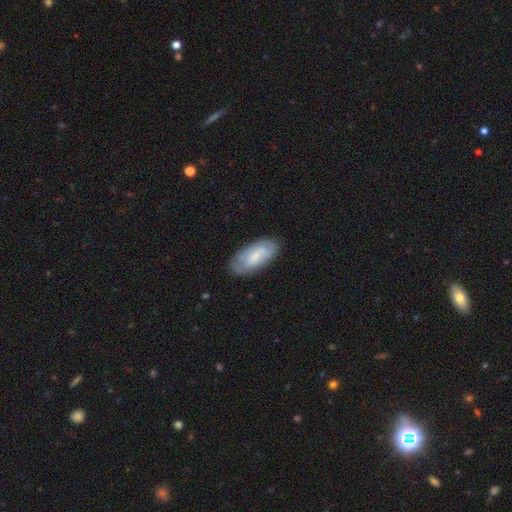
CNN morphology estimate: A smooth galaxy with no disk features (61%) that is in between round and cigar-shaped (88%). Merging: none (80%).